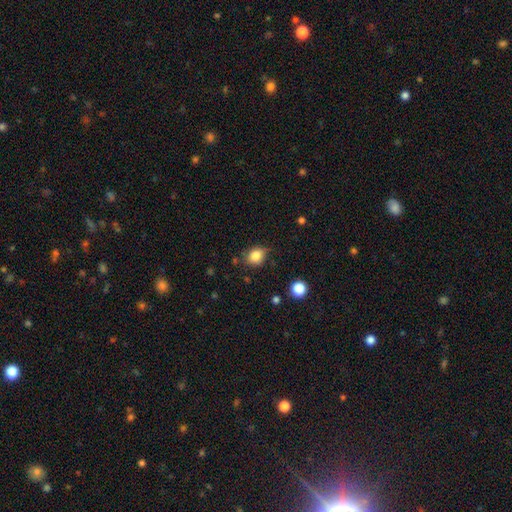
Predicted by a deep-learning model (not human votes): Morphology: type=smooth (84%); roundness=round (57%); merging=none (74%).